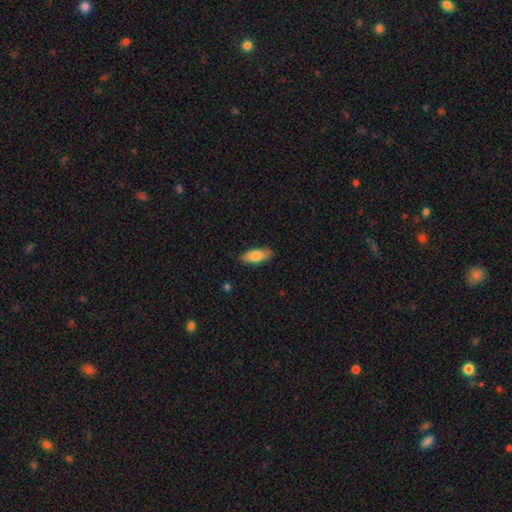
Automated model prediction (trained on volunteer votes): smooth-or-featured: smooth: 82% | featured or disk: 12% | star or artifact: 6%
  how-rounded: in between: 80% | cigar-shaped: 18% | round: 2%
  merging: none: 85% | minor disturbance: 11% | major disturbance: 2% | merger: 1%